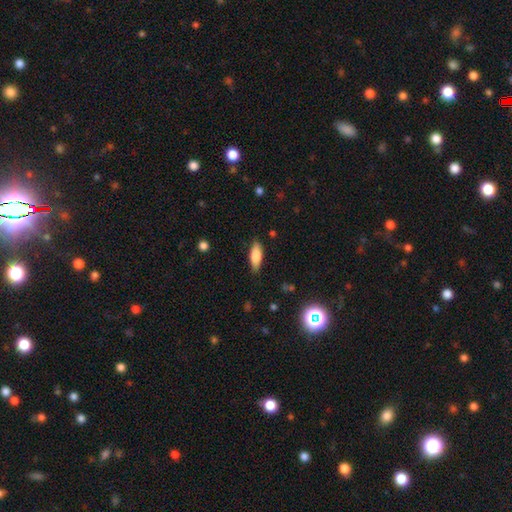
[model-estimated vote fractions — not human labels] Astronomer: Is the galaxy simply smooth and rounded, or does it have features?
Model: smooth — 78%.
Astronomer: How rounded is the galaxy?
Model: in between — 71%.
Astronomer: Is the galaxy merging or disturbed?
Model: none — 85%.